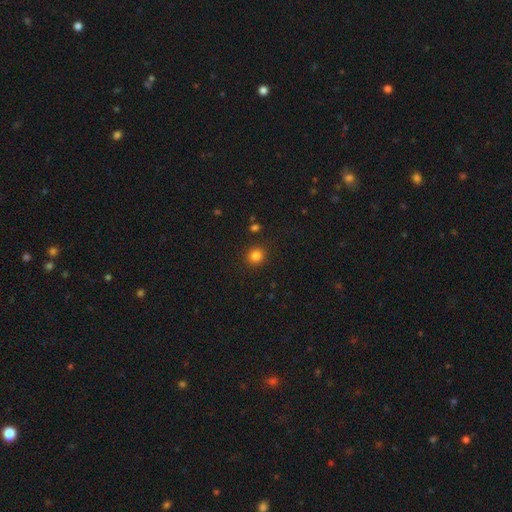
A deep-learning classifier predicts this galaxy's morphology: Smooth or featured?
  - smooth: 83% *
  - star or artifact: 13%
  - featured or disk: 4%
How rounded?
  - round: 90% *
  - in between: 9%
  - cigar-shaped: 1%
Merging?
  - none: 90% *
  - minor disturbance: 6%
  - major disturbance: 2%
  - merger: 2%